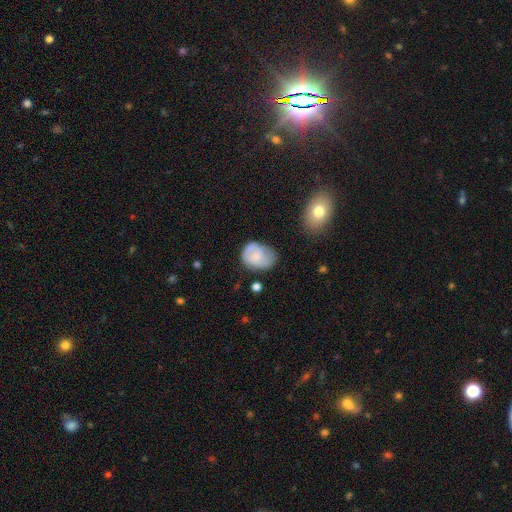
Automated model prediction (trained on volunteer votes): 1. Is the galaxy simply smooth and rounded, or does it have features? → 61% smooth, 32% featured or disk, 8% star or artifact.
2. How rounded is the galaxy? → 60% in between, 39% round, 1% cigar-shaped.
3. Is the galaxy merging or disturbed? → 46% none, 36% minor disturbance, 15% major disturbance, 4% merger.